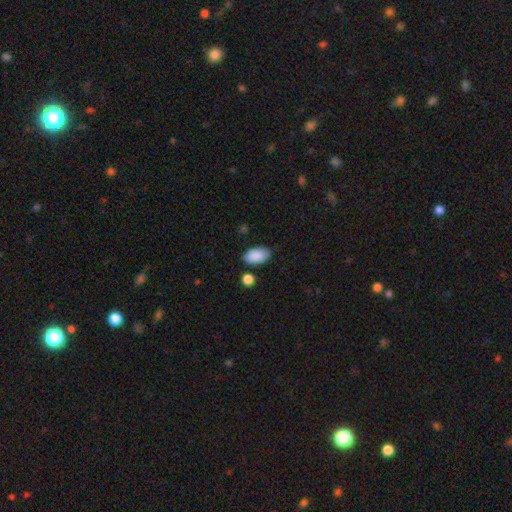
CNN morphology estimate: Smooth or featured? Predicted: smooth (p=0.90). How rounded? Predicted: in between (p=0.94). Merging? Predicted: none (p=0.80).